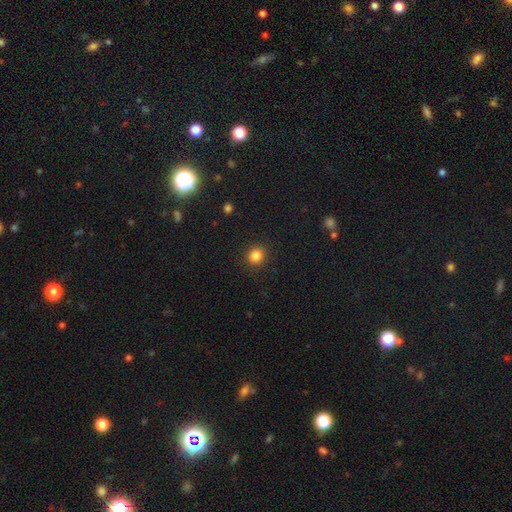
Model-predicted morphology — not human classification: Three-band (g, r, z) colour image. It shows a smooth galaxy with no disk features (85%) that is round (91%). Merging: none (91%).